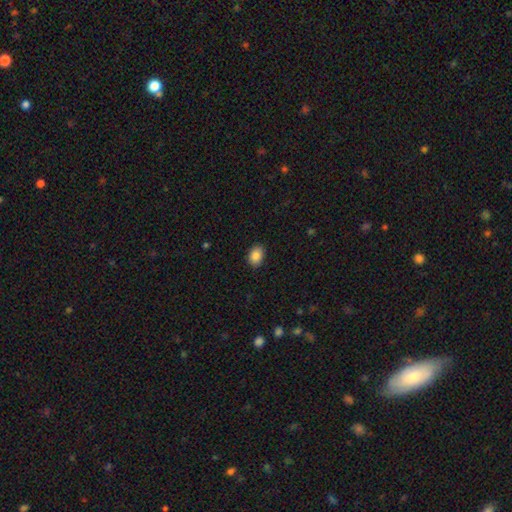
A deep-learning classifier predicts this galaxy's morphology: Smooth or featured? smooth (88%)
How rounded? in between (76%)
Merging? none (88%)